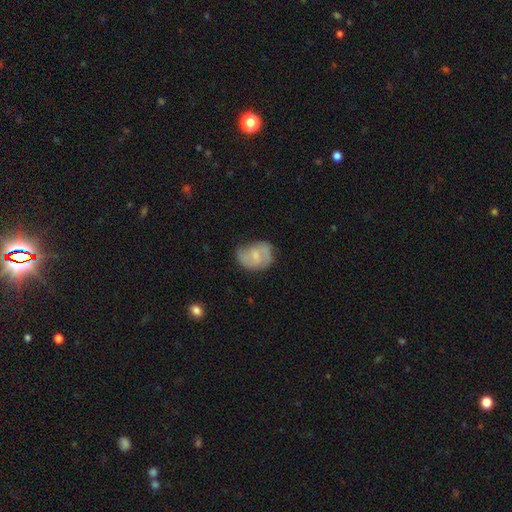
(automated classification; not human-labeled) A featured or disk galaxy (49%).

Vote fractions:
- Smooth or featured? featured or disk: 49% / smooth: 44% / star or artifact: 7%
- Merging? none: 53% / minor disturbance: 32% / major disturbance: 12% / merger: 2%